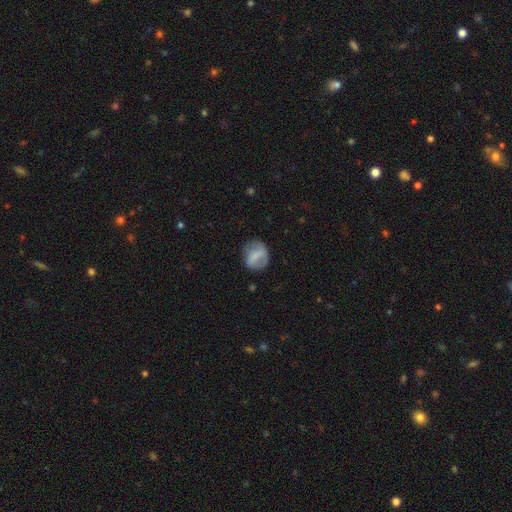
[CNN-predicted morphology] Smooth or featured: smooth — 59% (featured or disk — 33%)
How rounded: round — 64% (in between — 34%)
Merging: none — 66% (minor disturbance — 21%)